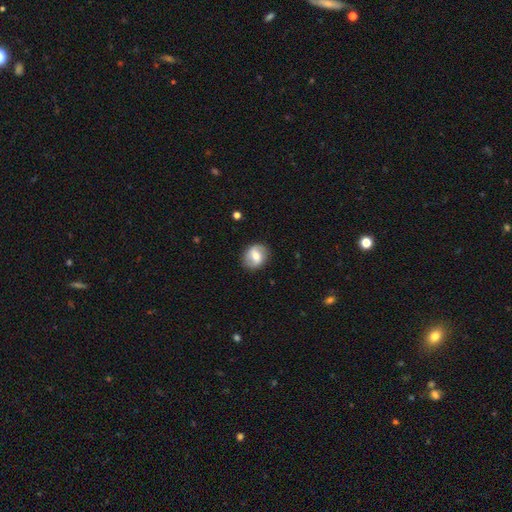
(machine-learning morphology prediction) A featured or disk galaxy (49%). Merging: none (84%).